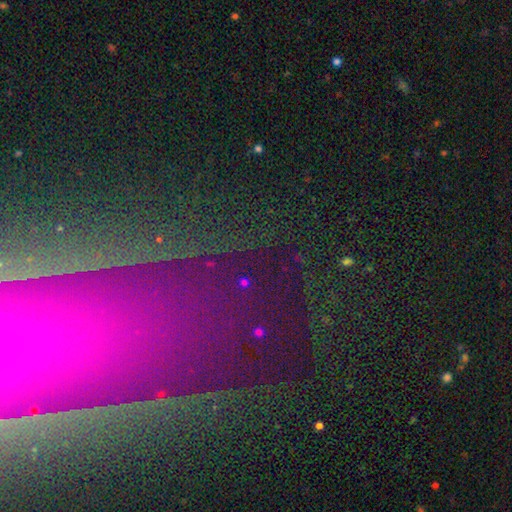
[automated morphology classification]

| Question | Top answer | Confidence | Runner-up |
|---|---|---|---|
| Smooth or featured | star or artifact | 71% | featured or disk (15%) |